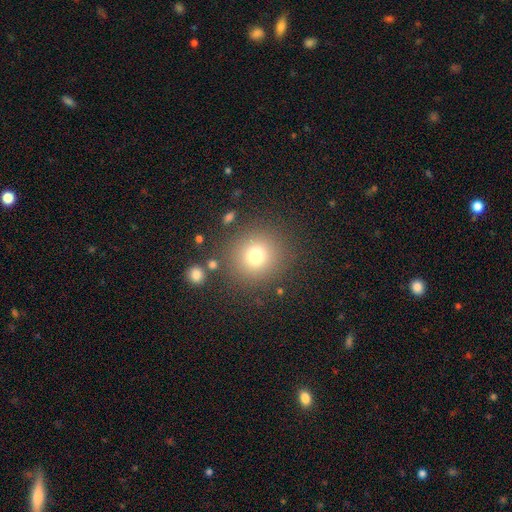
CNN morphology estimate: Smooth or featured? smooth (75%)
How rounded? round (92%)
Merging? none (85%)